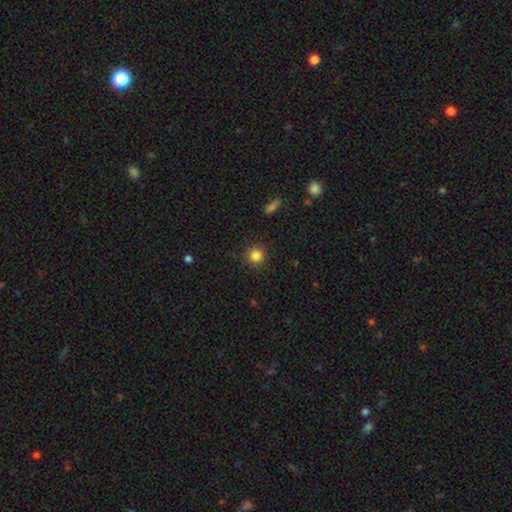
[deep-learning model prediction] Smooth or featured? smooth (85%)
How rounded? round (93%)
Merging? none (89%)